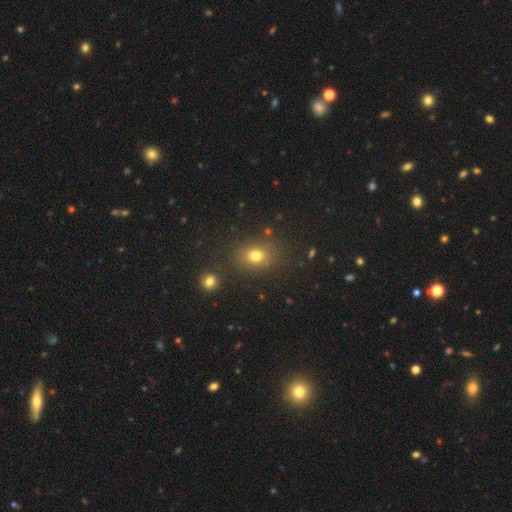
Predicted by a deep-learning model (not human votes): A smooth galaxy with no disk features (75%) that is round (50%).

Vote fractions:
- Smooth or featured? smooth: 75% / star or artifact: 17% / featured or disk: 8%
- How rounded? round: 50% / in between: 48% / cigar-shaped: 1%
- Merging? none: 80% / minor disturbance: 11% / merger: 5% / major disturbance: 4%